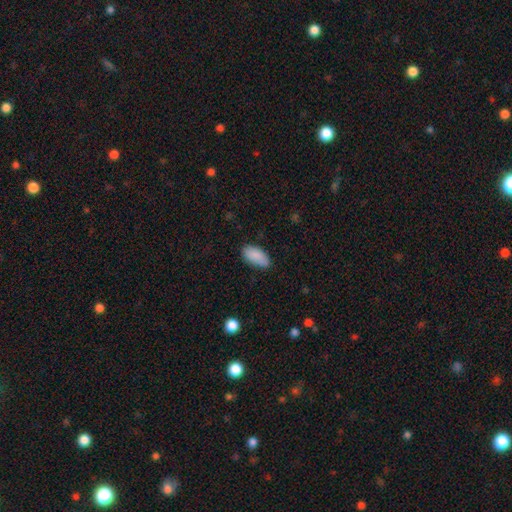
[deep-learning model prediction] This appears to be a smooth galaxy with no disk features (88%) that is in between round and cigar-shaped (93%). Merging: none (79%).